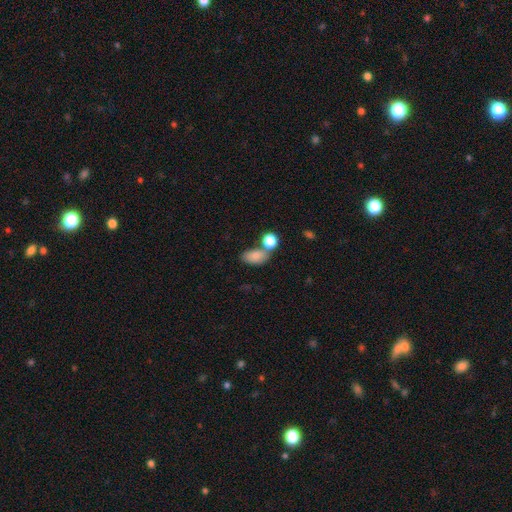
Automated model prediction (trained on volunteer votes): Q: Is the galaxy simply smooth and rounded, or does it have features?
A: smooth — 83%.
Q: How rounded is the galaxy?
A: in between — 87%.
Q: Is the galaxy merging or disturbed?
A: none — 48%.